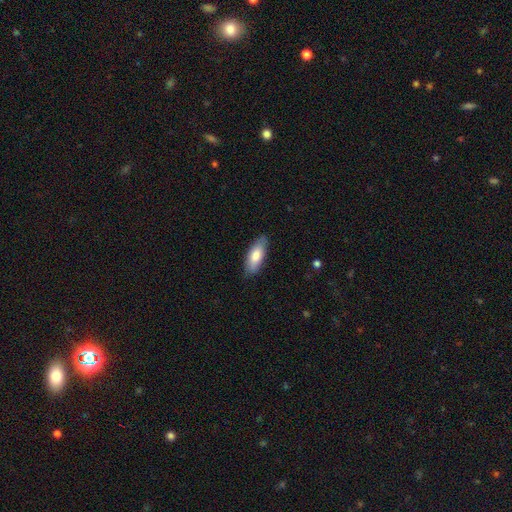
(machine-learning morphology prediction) smooth 78%, featured or disk 16%, star or artifact 5%. Down the decision tree: how rounded — in between (71%); merging — none (84%).